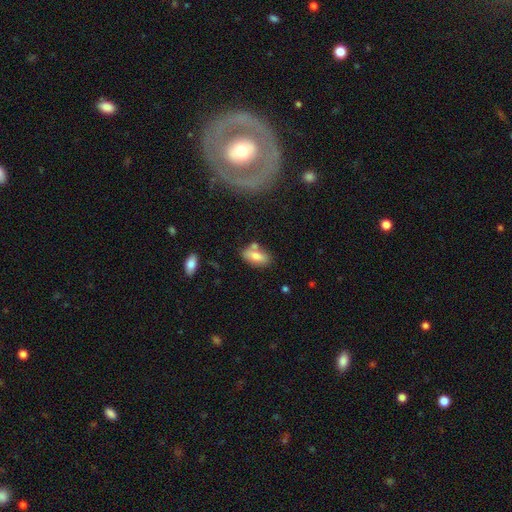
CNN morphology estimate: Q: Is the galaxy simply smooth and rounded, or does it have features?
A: smooth — 72%.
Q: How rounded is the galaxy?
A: in between — 86%.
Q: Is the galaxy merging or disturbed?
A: none — 65%.